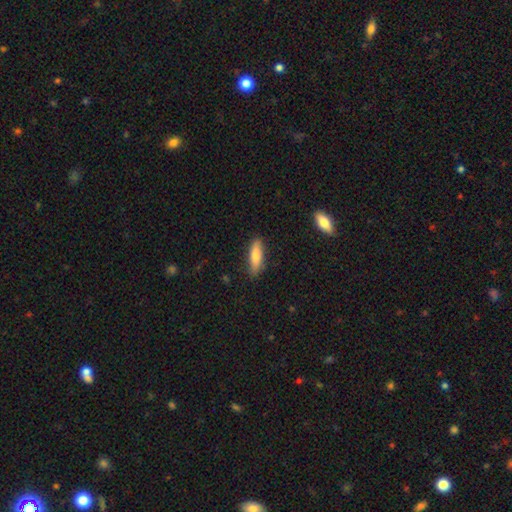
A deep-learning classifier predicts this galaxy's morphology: This appears to be a smooth galaxy with no disk features (79%) that is cigar-shaped (53%). Merging: none (84%).